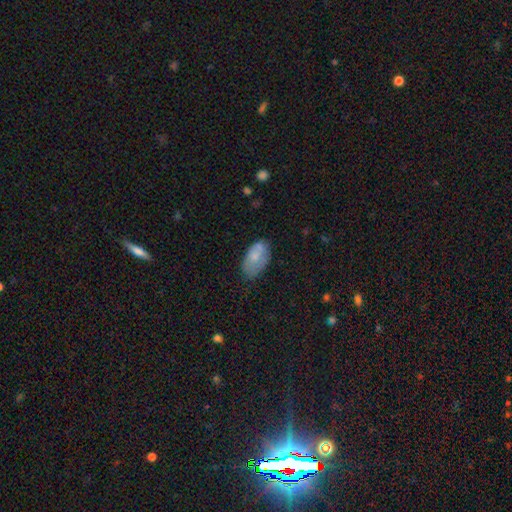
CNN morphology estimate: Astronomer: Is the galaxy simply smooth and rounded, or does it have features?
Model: smooth — 70%.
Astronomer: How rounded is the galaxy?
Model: in between — 94%.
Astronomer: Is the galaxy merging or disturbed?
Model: none — 57%.